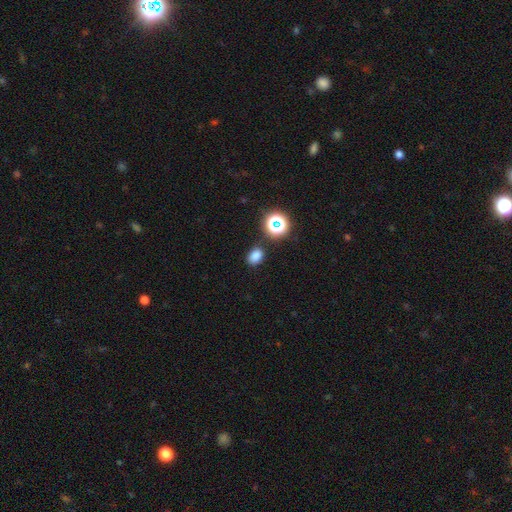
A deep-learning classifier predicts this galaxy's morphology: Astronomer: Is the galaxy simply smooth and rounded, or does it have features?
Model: smooth — 77%.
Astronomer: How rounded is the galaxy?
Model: in between — 66%.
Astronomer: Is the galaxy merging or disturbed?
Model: none — 81%.